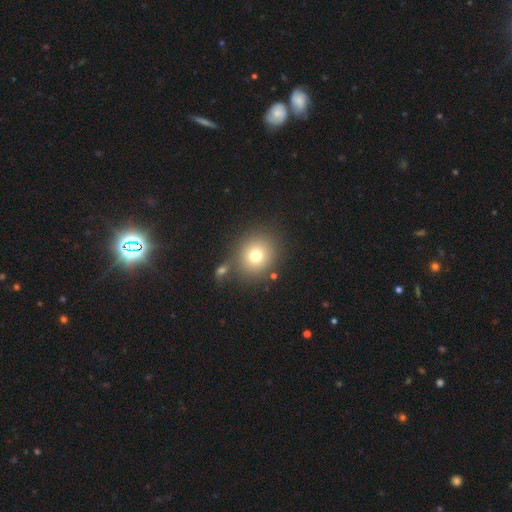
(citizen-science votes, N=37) Smooth or featured: smooth — 84% (featured or disk — 11%)
How rounded: round — 87% (in between — 13%)
Merging: none — 66% (merger — 14%)